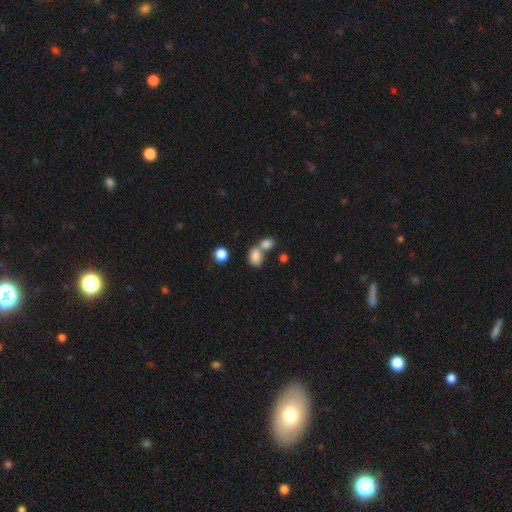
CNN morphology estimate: smooth_or_featured: smooth (p=0.82) [alt: star or artifact p=0.10]
how_rounded: in between (p=0.68) [alt: round p=0.31]
merging: merger (p=0.54) [alt: none p=0.32]